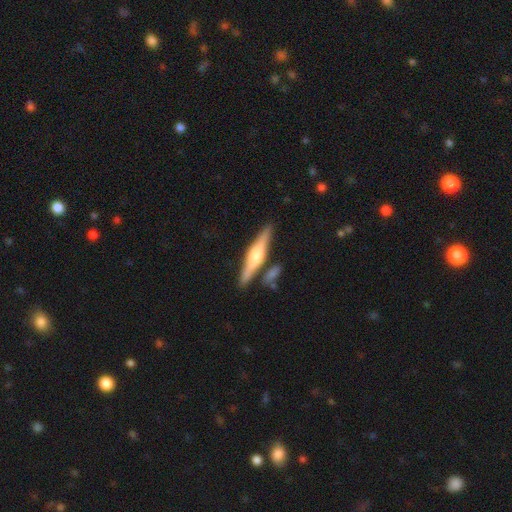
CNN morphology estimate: smooth-or-featured: featured or disk: 64% | smooth: 31% | star or artifact: 6%
  disk-edge-on: yes: 97% | no: 3%
    edge-on-bulge: rounded: 84% | boxy: 11% | none: 5%
  merging: none: 83% | minor disturbance: 9% | merger: 6% | major disturbance: 2%